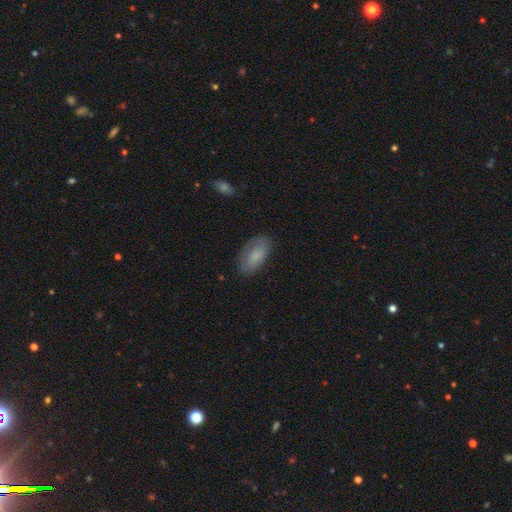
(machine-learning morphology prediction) smooth 76%, featured or disk 17%, star or artifact 7%. Down the decision tree: how rounded — in between (92%); merging — none (77%).